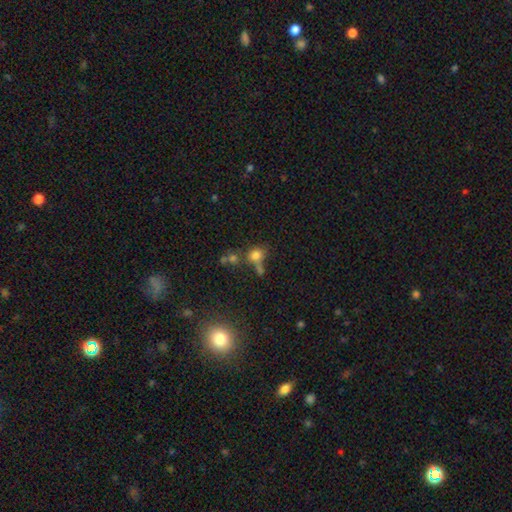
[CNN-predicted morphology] Smooth or featured: smooth — 73% (star or artifact — 16%)
How rounded: round — 61% (in between — 37%)
Merging: none — 43% (merger — 34%)